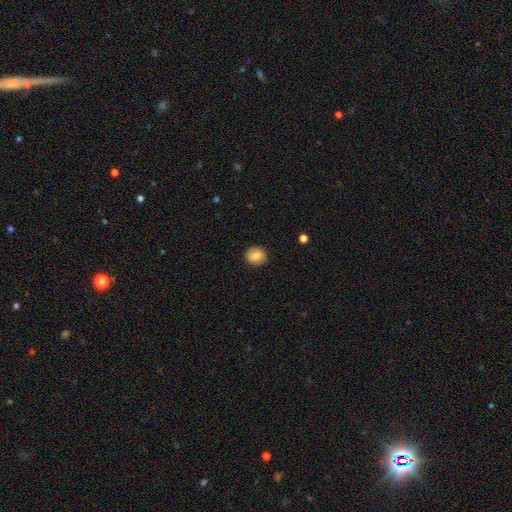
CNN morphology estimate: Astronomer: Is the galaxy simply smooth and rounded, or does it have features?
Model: smooth — 82%.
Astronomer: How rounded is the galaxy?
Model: round — 82%.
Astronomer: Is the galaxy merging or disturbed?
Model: none — 90%.